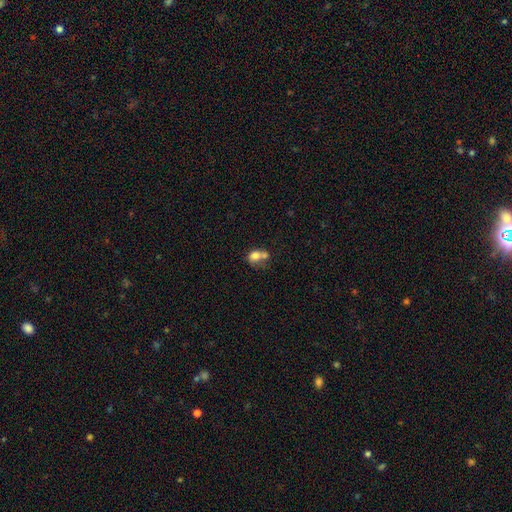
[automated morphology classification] Smooth or featured? smooth (71%)
How rounded? in between (56%)
Merging? merger (58%)